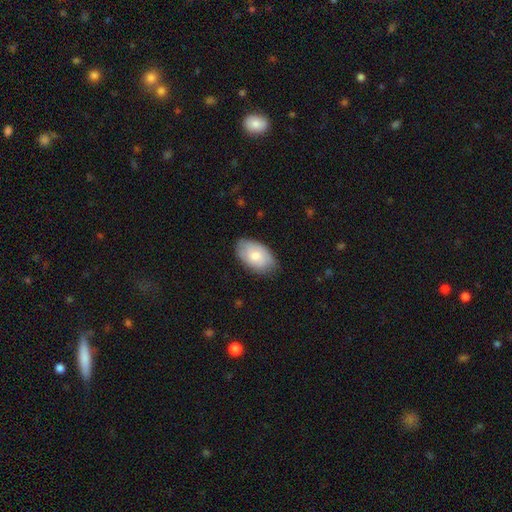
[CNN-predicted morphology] smooth_or_featured: smooth (p=0.67) [alt: featured or disk p=0.28]
how_rounded: in between (p=0.93) [alt: round p=0.05]
merging: none (p=0.77) [alt: minor disturbance p=0.19]